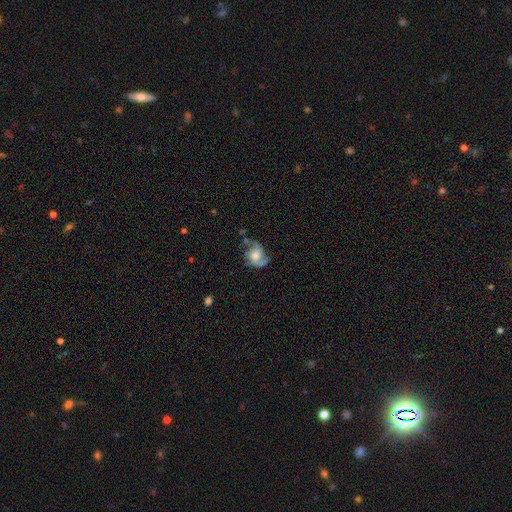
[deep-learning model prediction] This appears to be a featured or disk galaxy (76%) with no bar (69%), 2 (68%) medium (48%) spiral arms (92%) and a moderate central bulge (49%). Merging: none (54%).